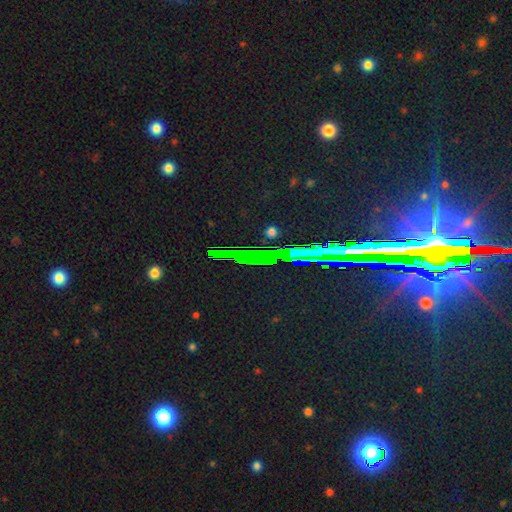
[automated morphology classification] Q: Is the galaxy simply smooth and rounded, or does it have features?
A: star or artifact — 82%.